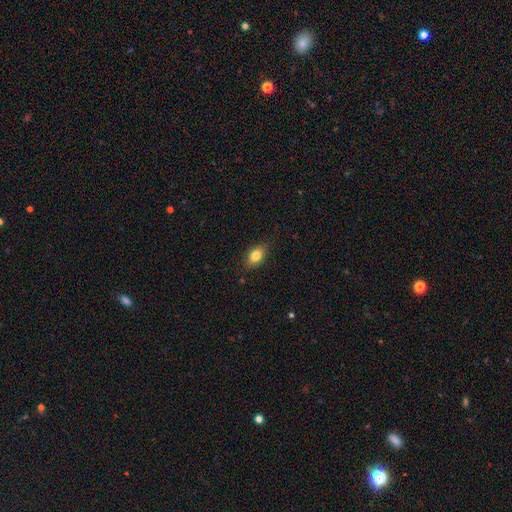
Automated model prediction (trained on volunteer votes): A smooth galaxy with no disk features (81%) that is in between round and cigar-shaped (83%).

Vote fractions:
- Smooth or featured? smooth: 81% / featured or disk: 10% / star or artifact: 9%
- How rounded? in between: 83% / round: 14% / cigar-shaped: 3%
- Merging? none: 82% / minor disturbance: 14% / major disturbance: 3% / merger: 1%